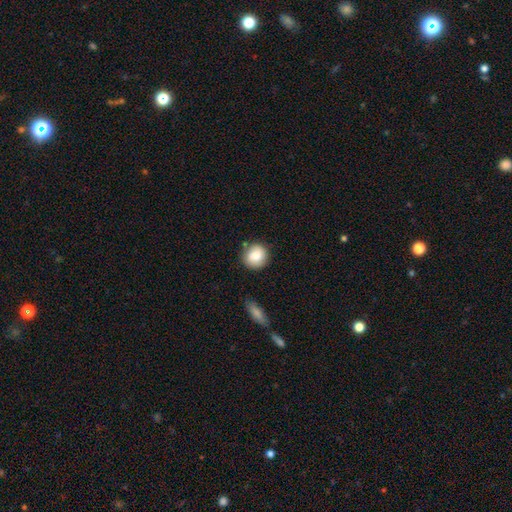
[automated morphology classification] Overall: smooth (84%). How rounded: round (85%). Merging: none (78%).